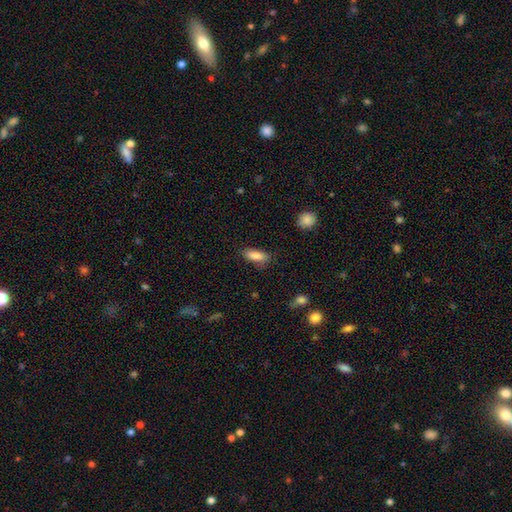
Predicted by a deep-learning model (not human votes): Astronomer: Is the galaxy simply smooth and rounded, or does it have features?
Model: smooth — 86%.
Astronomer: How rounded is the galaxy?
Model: in between — 78%.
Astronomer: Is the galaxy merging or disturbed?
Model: none — 76%.